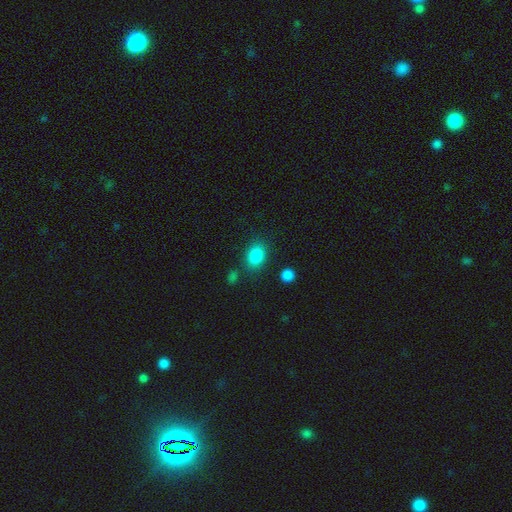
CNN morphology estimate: Q: Smooth or featured?
A: smooth (86%); runner-up: star or artifact (9%)
Q: How rounded?
A: in between (67%); runner-up: round (32%)
Q: Merging?
A: none (77%); runner-up: minor disturbance (13%)